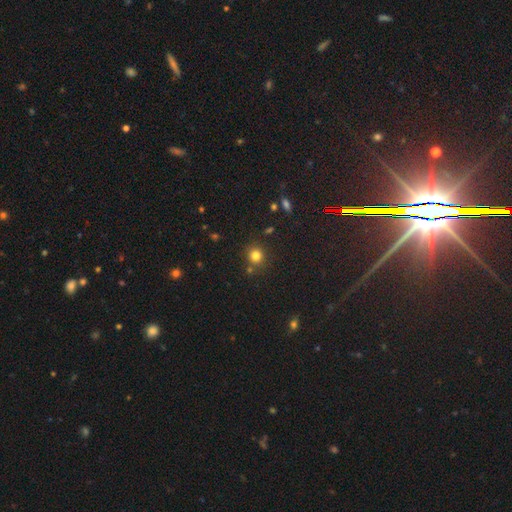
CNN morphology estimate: A smooth galaxy with no disk features (79%) that is round (89%).

Vote fractions:
- Smooth or featured? smooth: 79% / star or artifact: 15% / featured or disk: 6%
- How rounded? round: 89% / in between: 10% / cigar-shaped: 1%
- Merging? none: 80% / minor disturbance: 9% / merger: 8% / major disturbance: 3%